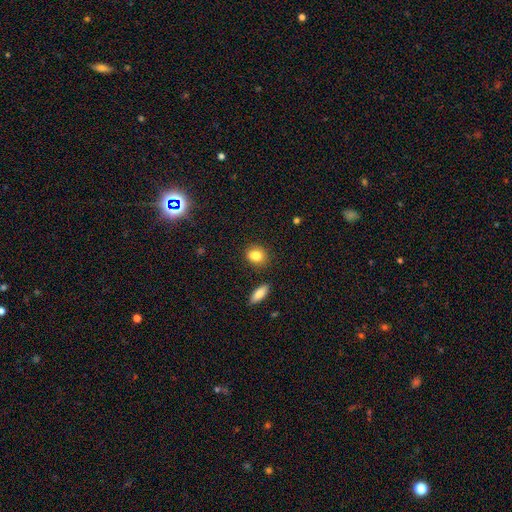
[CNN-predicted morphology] smooth-or-featured: smooth: 84% | star or artifact: 9% | featured or disk: 7%
  how-rounded: in between: 53% | round: 45% | cigar-shaped: 2%
  merging: none: 83% | minor disturbance: 10% | merger: 5% | major disturbance: 3%